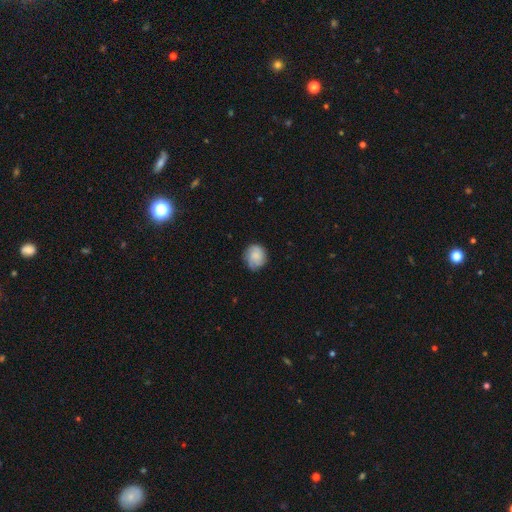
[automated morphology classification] Smooth or featured? Predicted: smooth (p=0.67). How rounded? Predicted: round (p=0.78). Merging? Predicted: none (p=0.76).